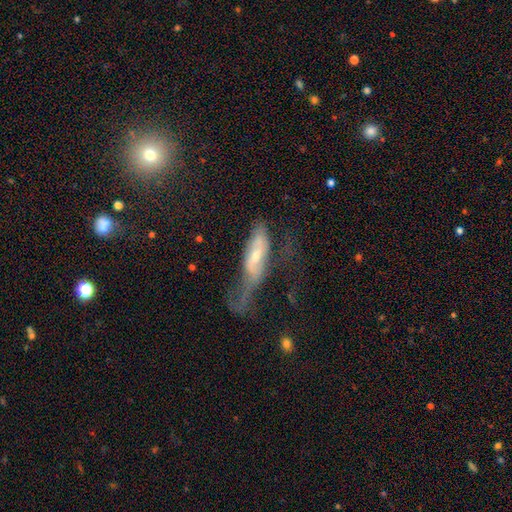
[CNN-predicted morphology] Q: Smooth or featured?
A: featured or disk (55%); runner-up: smooth (37%)
Q: Edge-on disk?
A: no (70%); runner-up: yes (30%)
Q: Merging?
A: major disturbance (58%); runner-up: none (19%)